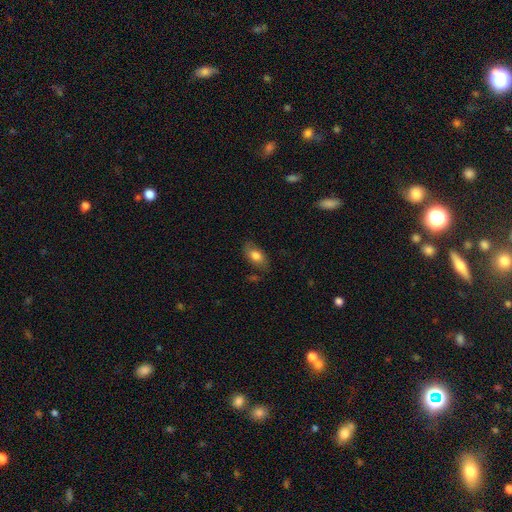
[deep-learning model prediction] smooth 75%, featured or disk 18%, star or artifact 7%. Down the decision tree: how rounded — in between (90%); merging — none (73%).